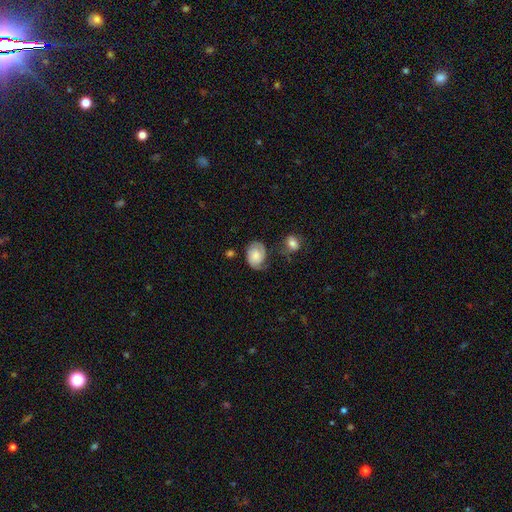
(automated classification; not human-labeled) Smooth or featured? featured or disk (49%)
Merging? none (48%)